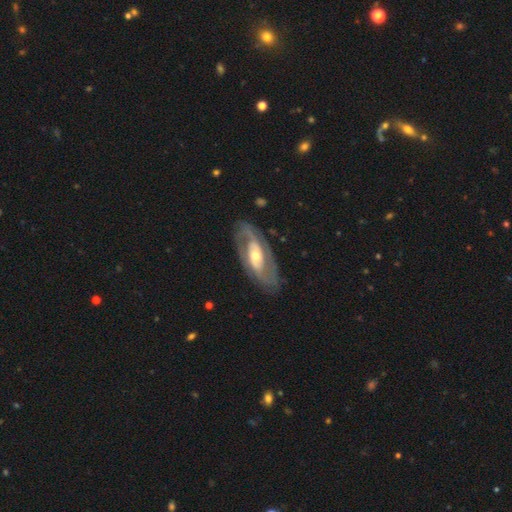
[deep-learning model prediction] Q: Smooth or featured?
A: featured or disk (84%); runner-up: smooth (12%)
Q: Edge-on disk?
A: no (92%); runner-up: yes (8%)
Q: Bar?
A: no (48%); runner-up: weak (30%)
Q: Spiral arms?
A: yes (86%); runner-up: no (14%)
Q: Spiral winding?
A: tight (42%); tied with: medium (42%)
Q: Spiral arm count?
A: 2 (81%); runner-up: can't tell (11%)
Q: Bulge size?
A: moderate (63%); runner-up: small (27%)
Q: Merging?
A: none (81%); runner-up: minor disturbance (13%)